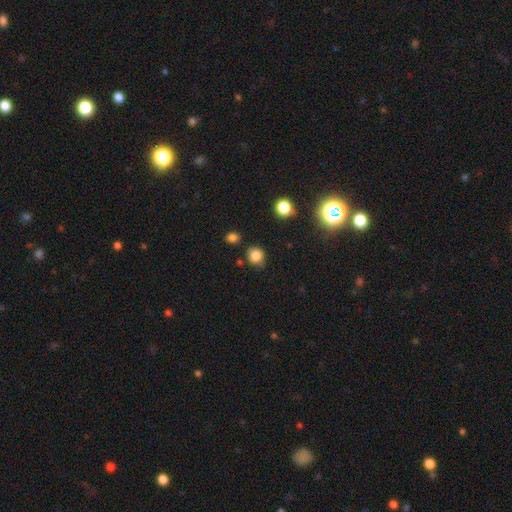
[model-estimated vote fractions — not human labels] A smooth galaxy with no disk features (82%) that is round (78%).

Vote fractions:
- Smooth or featured? smooth: 82% / star or artifact: 13% / featured or disk: 5%
- How rounded? round: 78% / in between: 21% / cigar-shaped: 1%
- Merging? none: 71% / minor disturbance: 20% / merger: 5% / major disturbance: 4%